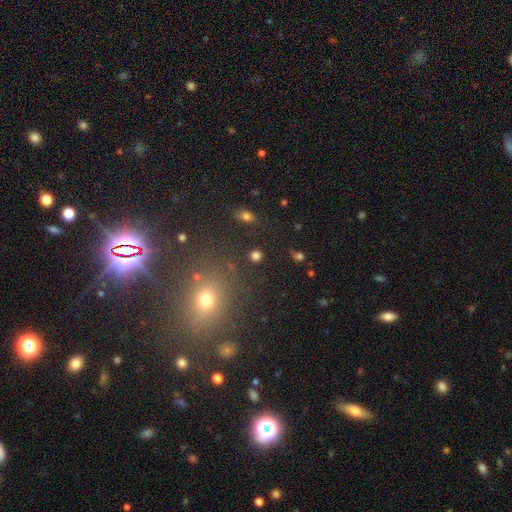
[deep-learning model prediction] smooth_or_featured: smooth (p=0.78) [alt: star or artifact p=0.16]
how_rounded: round (p=0.83) [alt: in between p=0.15]
merging: none (p=0.87) [alt: minor disturbance p=0.07]